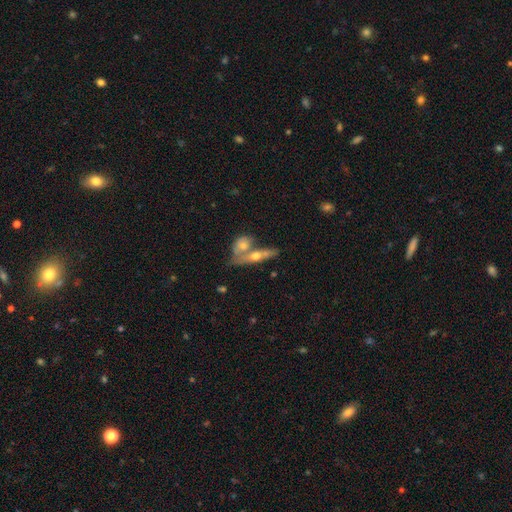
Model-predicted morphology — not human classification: A featured or disk galaxy (54%) viewed edge-on (74%).

Vote fractions:
- Smooth or featured? featured or disk: 54% / smooth: 39% / star or artifact: 7%
- Edge-on disk? yes: 74% / no: 26%
- Merging? merger: 48% / none: 39% / minor disturbance: 9% / major disturbance: 4%